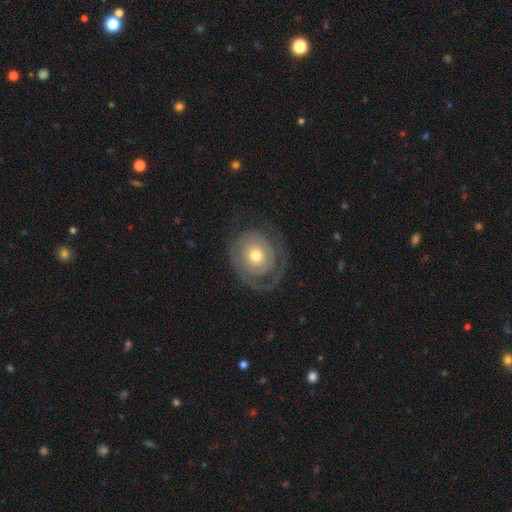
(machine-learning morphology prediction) smooth-or-featured: featured or disk: 64% | smooth: 30% | star or artifact: 6%
  disk-edge-on: no: 96% | yes: 4%
    bar: no: 85% | weak: 12% | strong: 3%
    has-spiral-arms: yes: 68% | no: 32%
    bulge-size: moderate: 60% | small: 31% | large: 6% | dominant: 1% | none: 1%
  merging: none: 62% | minor disturbance: 18% | major disturbance: 18% | merger: 1%